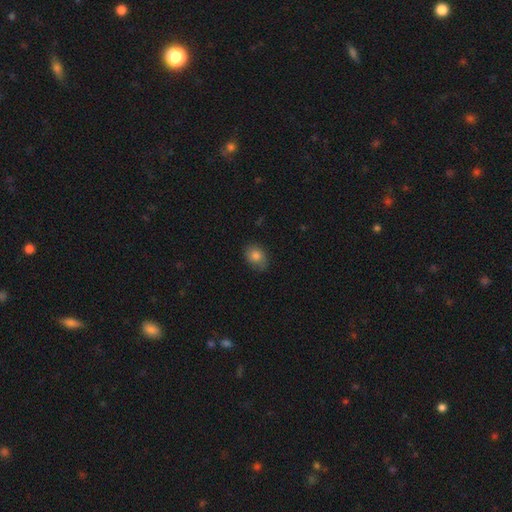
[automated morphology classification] Smooth or featured? smooth (82%)
How rounded? in between (62%)
Merging? none (74%)